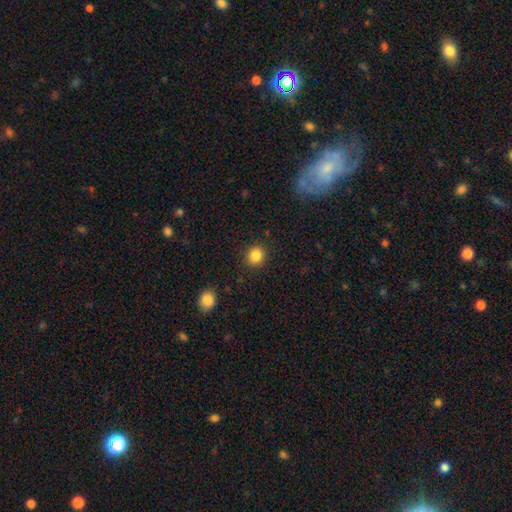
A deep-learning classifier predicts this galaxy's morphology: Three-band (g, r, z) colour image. It shows a smooth galaxy with no disk features (86%) that is round (85%). Merging: none (90%).